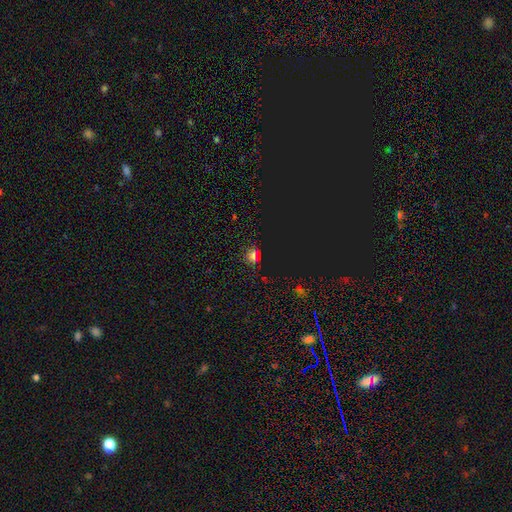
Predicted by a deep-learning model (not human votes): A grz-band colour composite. It shows a smooth galaxy with no disk features (56%) that is round (80%). Merging: none (85%).